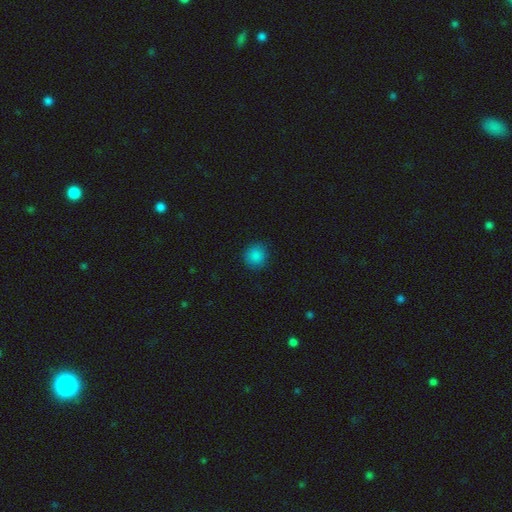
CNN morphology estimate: A smooth galaxy with no disk features (85%) that is round (89%).

Vote fractions:
- Smooth or featured? smooth: 85% / star or artifact: 11% / featured or disk: 4%
- How rounded? round: 89% / in between: 10% / cigar-shaped: 1%
- Merging? none: 87% / minor disturbance: 9% / major disturbance: 2% / merger: 1%